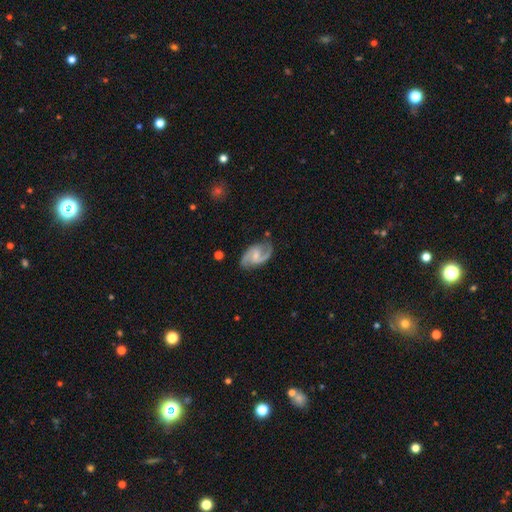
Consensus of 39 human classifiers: Smooth or featured?
  - featured or disk: 92% *
  - star or artifact: 5%
  - smooth: 3%
Edge-on disk?
  - no: 97% *
  - yes: 3%
Bar?
  - weak: 83% *
  - strong: 11%
  - no: 6%
Spiral arms?
  - yes: 100% *
  - no: 0%
Spiral winding?
  - medium: 66% *
  - loose: 20%
  - tight: 14%
Spiral arm count?
  - 2: 94% *
  - 1: 3%
  - can't tell: 3%
  - 3: 0%
  - 4: 0%
  - more than 4: 0%
Bulge size?
  - small: 69% *
  - moderate: 17%
  - none: 14%
  - dominant: 0%
  - large: 0%
Merging?
  - none: 81% *
  - minor disturbance: 14%
  - major disturbance: 5%
  - merger: 0%